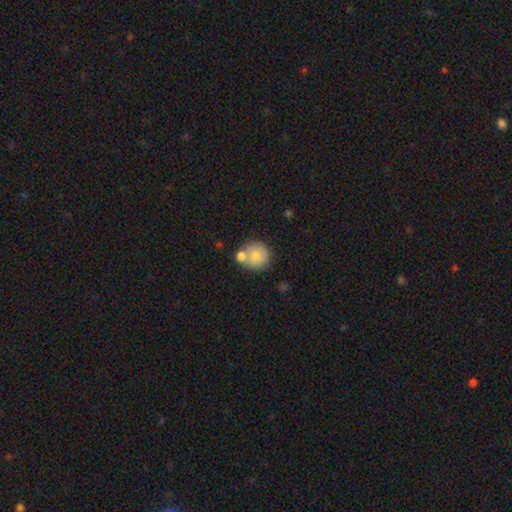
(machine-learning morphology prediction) Smooth or featured? smooth (76%)
How rounded? round (89%)
Merging? none (55%)